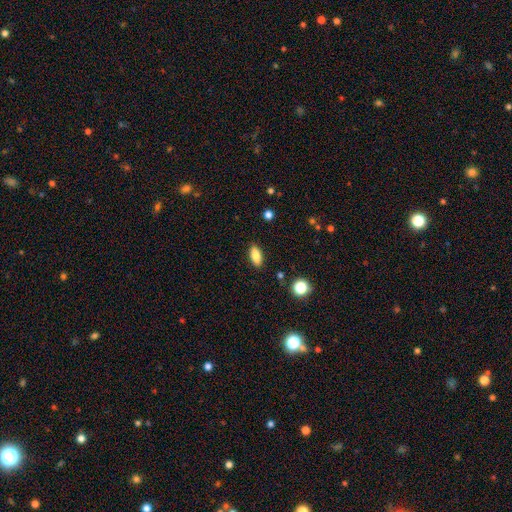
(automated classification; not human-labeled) This appears to be a smooth galaxy with no disk features (85%) that is in between round and cigar-shaped (81%). Merging: none (88%).